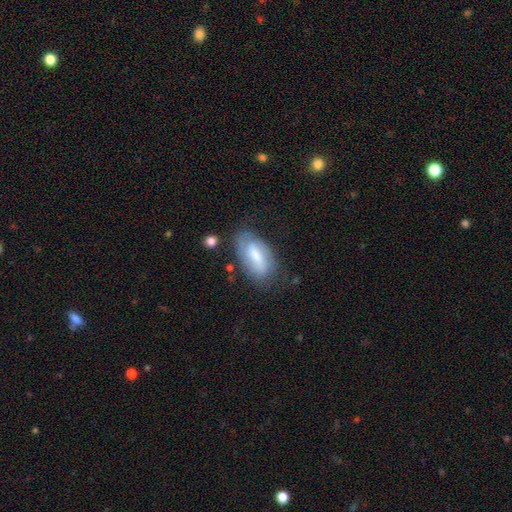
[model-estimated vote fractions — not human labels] Smooth or featured?
  - smooth: 50% *
  - featured or disk: 43%
  - star or artifact: 7%
How rounded?
  - in between: 88% *
  - cigar-shaped: 8%
  - round: 3%
Merging?
  - none: 64% *
  - minor disturbance: 24%
  - major disturbance: 9%
  - merger: 3%